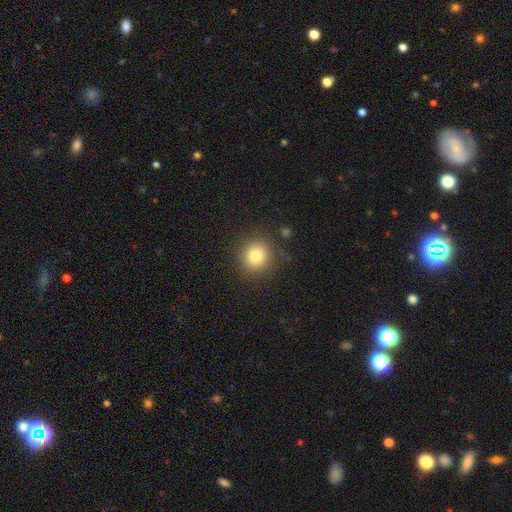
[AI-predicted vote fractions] Overall: smooth (81%). How rounded: round (86%). Merging: none (87%).